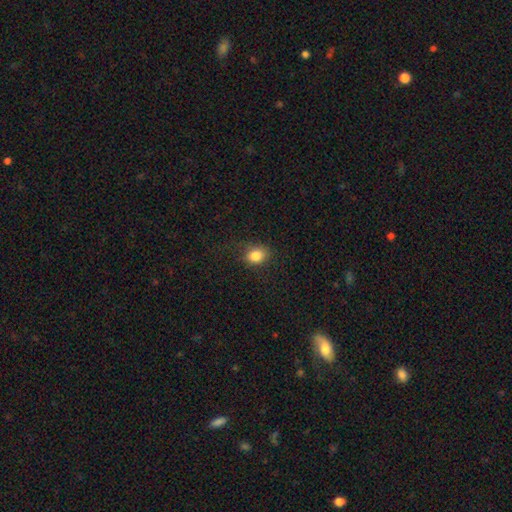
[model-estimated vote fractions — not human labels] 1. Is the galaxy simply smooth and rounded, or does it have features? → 85% smooth, 10% star or artifact, 5% featured or disk.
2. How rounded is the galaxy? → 50% in between, 49% round, 1% cigar-shaped.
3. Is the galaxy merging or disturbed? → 79% none, 15% minor disturbance, 5% major disturbance, 1% merger.